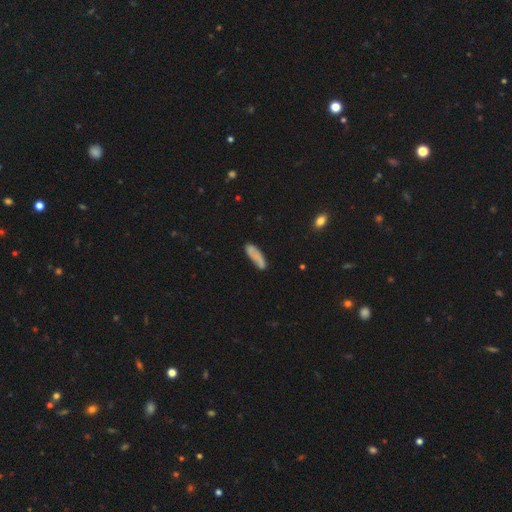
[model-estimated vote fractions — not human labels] Q: Smooth or featured?
A: smooth (76%); runner-up: featured or disk (16%)
Q: How rounded?
A: cigar-shaped (56%); runner-up: in between (41%)
Q: Merging?
A: none (63%); runner-up: minor disturbance (24%)